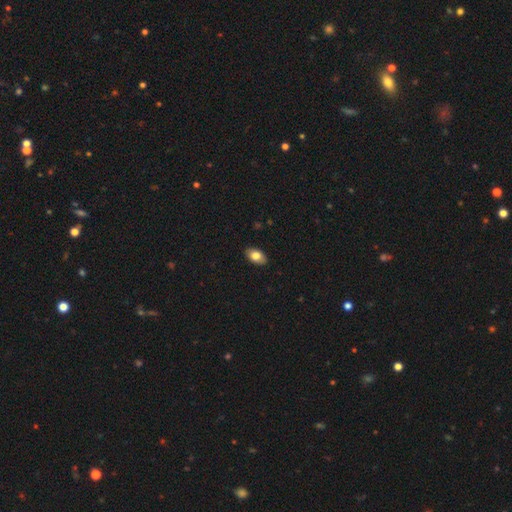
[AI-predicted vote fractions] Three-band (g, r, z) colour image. It shows a smooth galaxy with no disk features (80%) that is in between round and cigar-shaped (92%). Merging: none (88%).